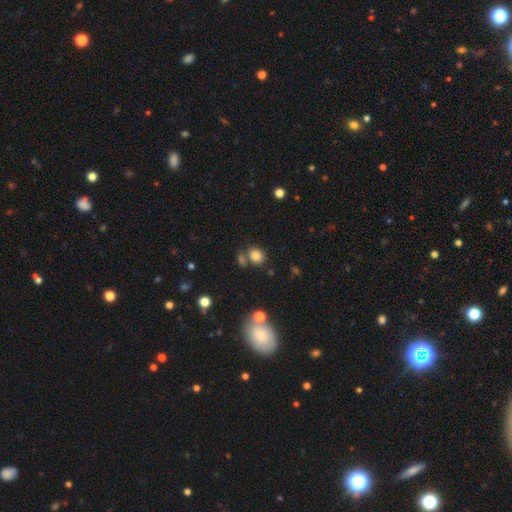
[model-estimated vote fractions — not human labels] Smooth or featured? Predicted: smooth (p=0.80). How rounded? Predicted: round (p=0.68). Merging? Predicted: none (p=0.67).